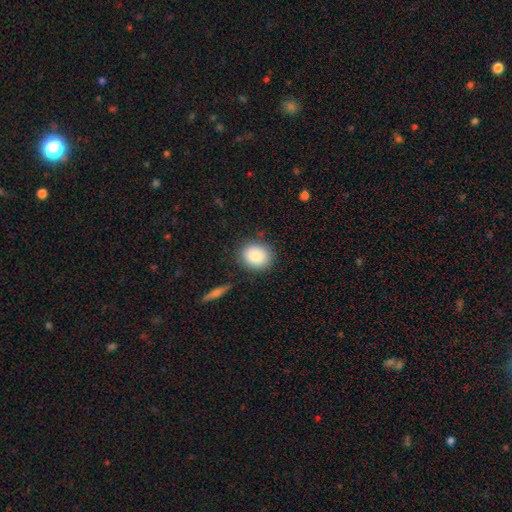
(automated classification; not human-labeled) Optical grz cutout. It shows a smooth galaxy with no disk features (85%) that is round (73%). Merging: none (85%).